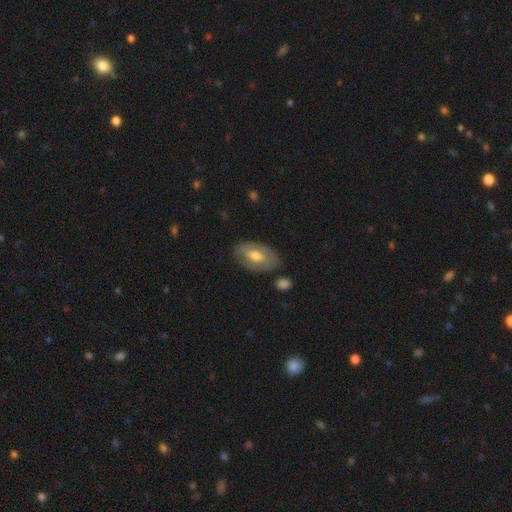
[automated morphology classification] Smooth or featured?
  - smooth: 47% * (tied)
  - featured or disk: 47% * (tied)
  - star or artifact: 6%
Merging?
  - none: 76% *
  - minor disturbance: 17%
  - major disturbance: 5%
  - merger: 2%